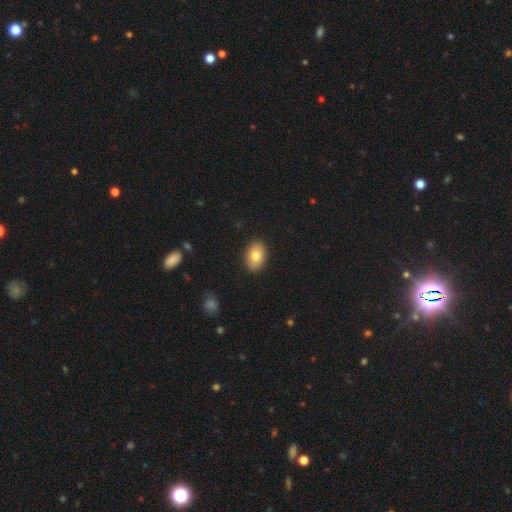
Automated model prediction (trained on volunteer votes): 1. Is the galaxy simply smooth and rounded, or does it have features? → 80% smooth, 13% featured or disk, 8% star or artifact.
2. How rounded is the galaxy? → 85% in between, 14% round, 1% cigar-shaped.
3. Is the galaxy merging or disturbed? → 89% none, 8% minor disturbance, 2% major disturbance, 1% merger.